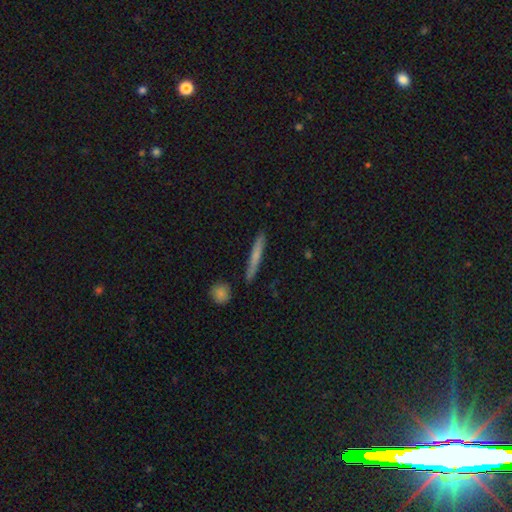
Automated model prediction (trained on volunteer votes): Overall: smooth (66%; featured or disk 28%). How rounded: cigar-shaped (95%). Merging: none (88%).